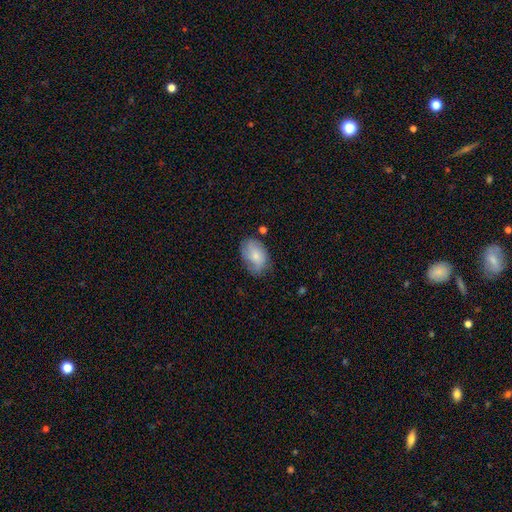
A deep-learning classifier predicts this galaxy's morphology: type=smooth (71%); roundness=in between (85%); merging=none (59%).